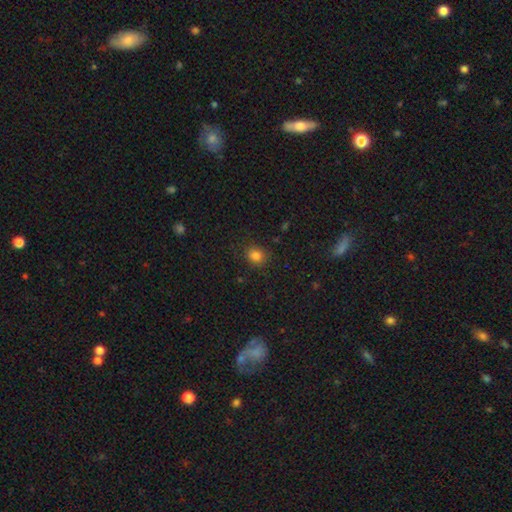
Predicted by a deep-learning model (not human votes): This is clearly a smooth galaxy (82%). How rounded: likely round (71%). Merging: clearly none (87%).